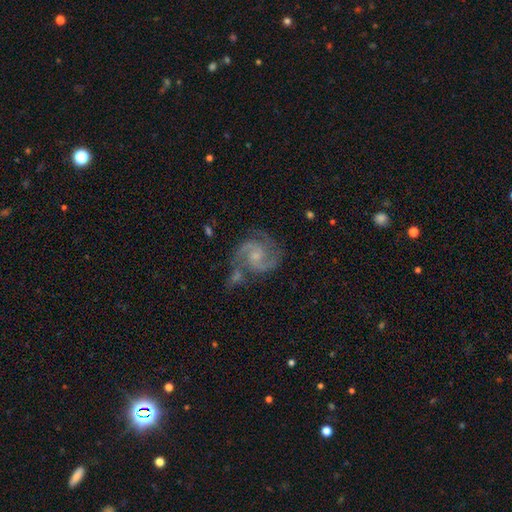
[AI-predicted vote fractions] Smooth or featured? Predicted: featured or disk (p=0.90). Edge-on disk? Predicted: no (p=0.98). Bar? Predicted: no (p=0.61). Spiral arms? Predicted: yes (p=0.98). Spiral winding? Predicted: medium (p=0.58). Spiral arm count? Predicted: 2 (p=0.78). Bulge size? Predicted: small (p=0.65). Merging? Predicted: none (p=0.59).